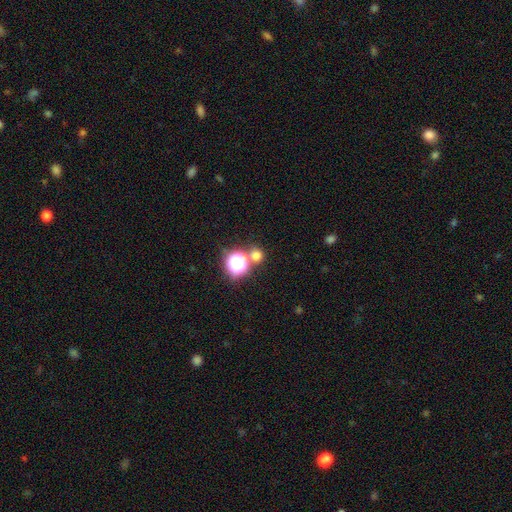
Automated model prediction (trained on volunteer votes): This appears to be a smooth galaxy with no disk features (62%) that is round (84%). Merging: none (65%).